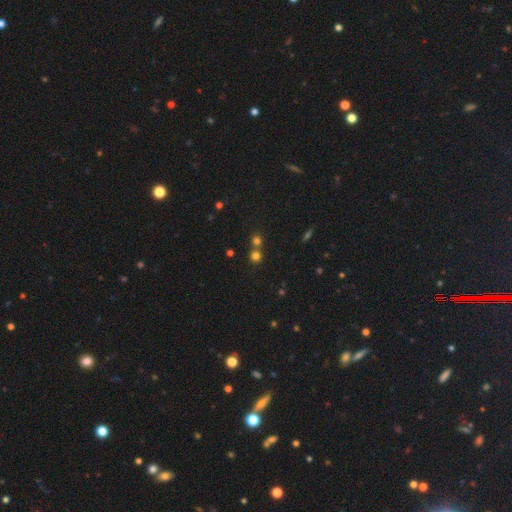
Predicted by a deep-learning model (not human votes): A smooth galaxy with no disk features (69%) that is round (90%). Merging: none (61%).